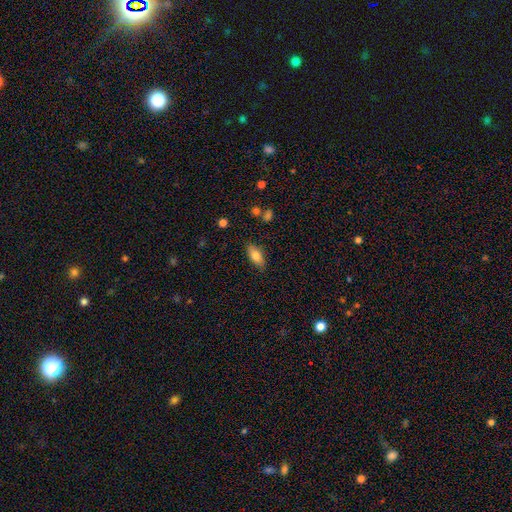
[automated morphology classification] smooth_or_featured: smooth (p=0.78) [alt: featured or disk p=0.15]
how_rounded: in between (p=0.84) [alt: cigar-shaped p=0.13]
merging: none (p=0.84) [alt: minor disturbance p=0.12]